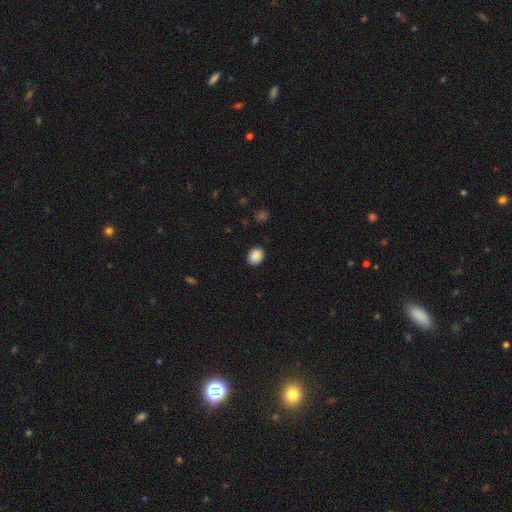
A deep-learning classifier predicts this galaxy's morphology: Smooth or featured? smooth (89%)
How rounded? in between (53%)
Merging? none (89%)